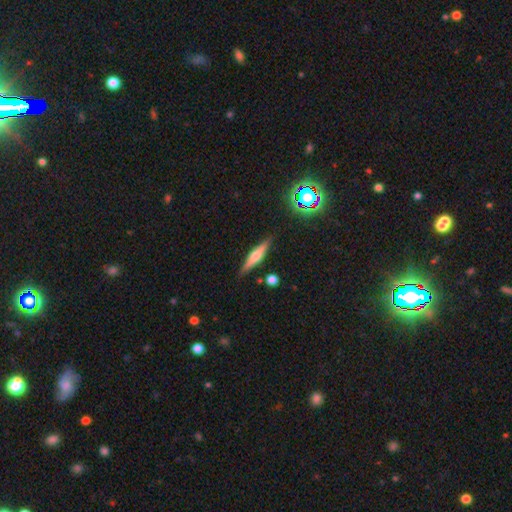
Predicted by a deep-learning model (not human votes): featured or disk 55%, smooth 37%, star or artifact 9%. Down the decision tree: edge-on disk — yes (95%); edge-on bulge — rounded (81%); merging — none (86%).